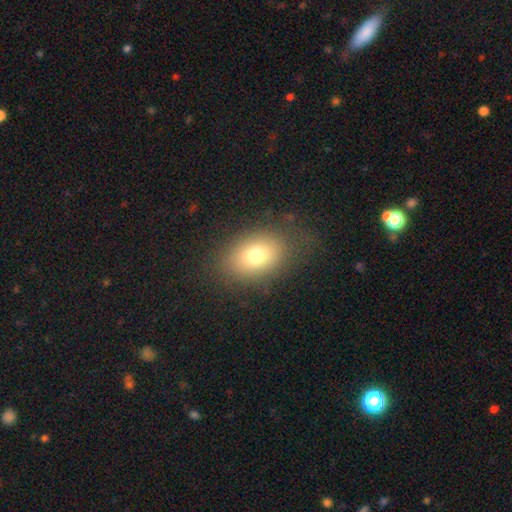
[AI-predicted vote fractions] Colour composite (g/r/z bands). It shows a smooth galaxy with no disk features (75%) that is in between round and cigar-shaped (76%). Merging: none (78%).